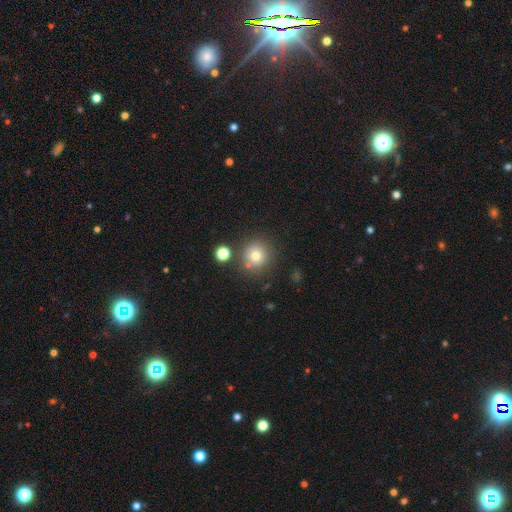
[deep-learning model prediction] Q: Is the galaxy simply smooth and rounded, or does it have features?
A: smooth — 75%.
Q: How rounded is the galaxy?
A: round — 93%.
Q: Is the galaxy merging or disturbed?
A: none — 78%.